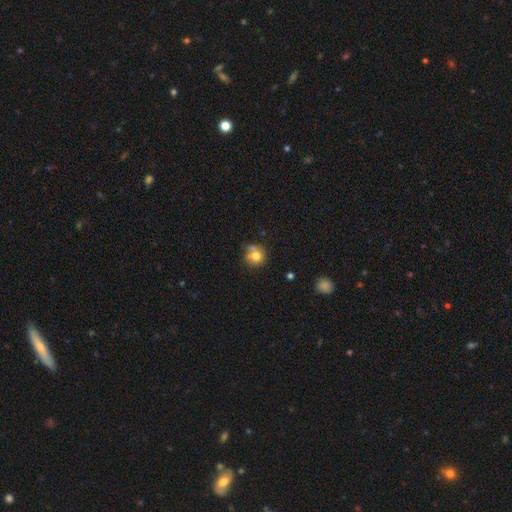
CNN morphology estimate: Q: Smooth or featured?
A: smooth (74%); runner-up: featured or disk (15%)
Q: How rounded?
A: round (88%); runner-up: in between (11%)
Q: Merging?
A: none (56%); runner-up: merger (25%)